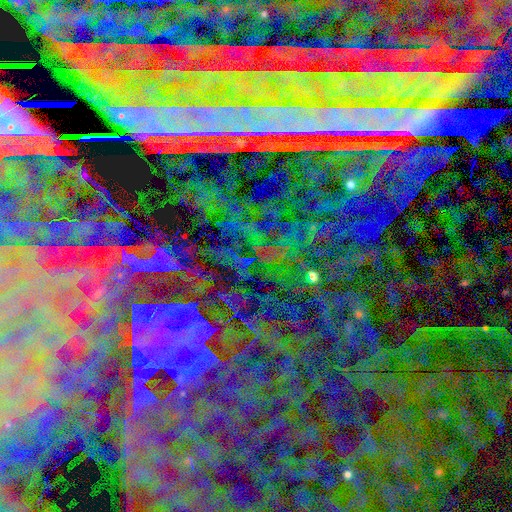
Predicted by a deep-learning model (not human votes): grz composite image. It shows a star or artifact, not a galaxy (86%).